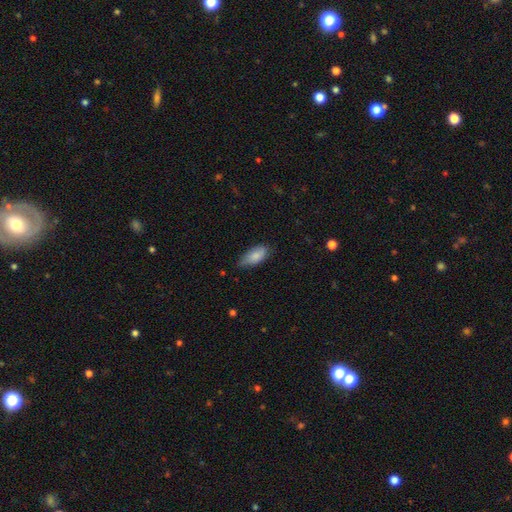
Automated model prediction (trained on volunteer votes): Smooth or featured? Predicted: smooth (p=0.83). How rounded? Predicted: in between (p=0.90). Merging? Predicted: none (p=0.58).